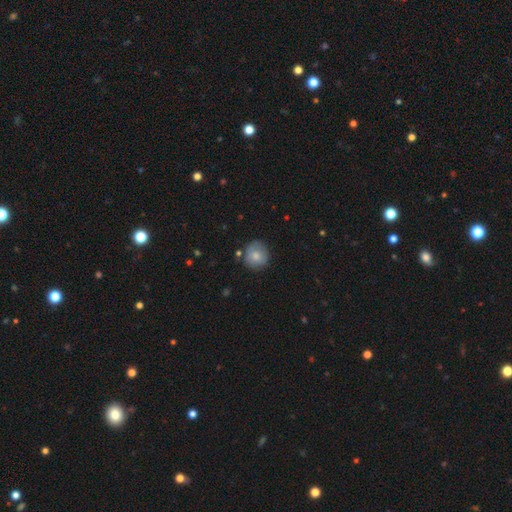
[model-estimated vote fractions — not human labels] This appears to be a smooth galaxy with no disk features (77%) that is round (87%). Merging: none (74%).